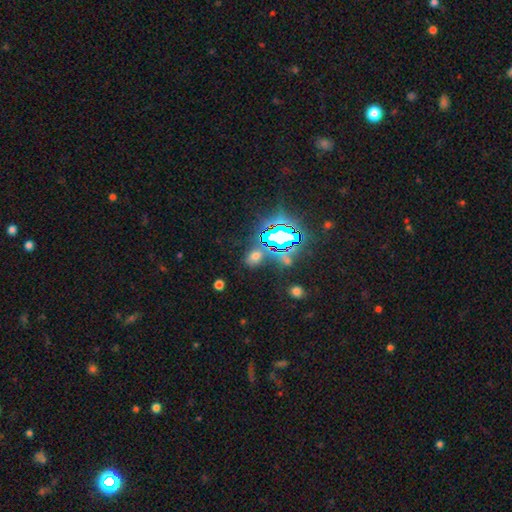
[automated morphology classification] Smooth or featured: star or artifact — 46% (smooth — 44%)